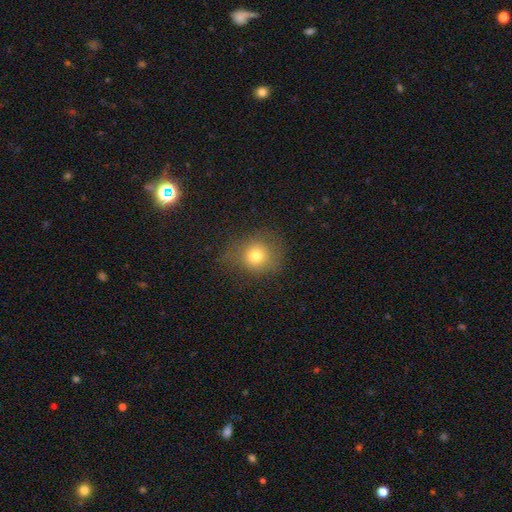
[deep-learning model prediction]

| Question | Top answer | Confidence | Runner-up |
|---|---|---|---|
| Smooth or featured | smooth | 74% | star or artifact (14%) |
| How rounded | round | 83% | in between (16%) |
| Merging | none | 68% | minor disturbance (20%) |